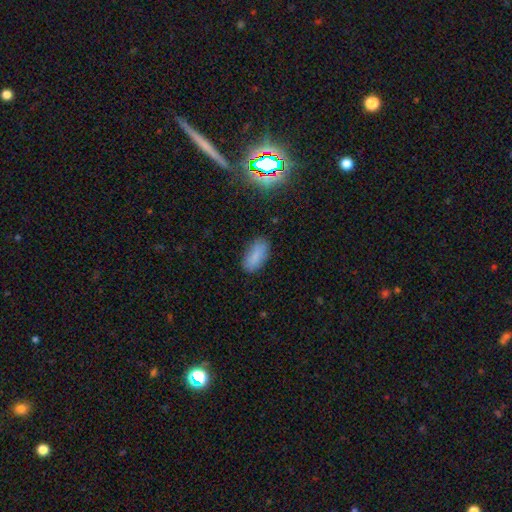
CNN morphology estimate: Q: Smooth or featured?
A: smooth (83%); runner-up: star or artifact (11%)
Q: How rounded?
A: in between (89%); runner-up: cigar-shaped (8%)
Q: Merging?
A: none (80%); runner-up: minor disturbance (15%)